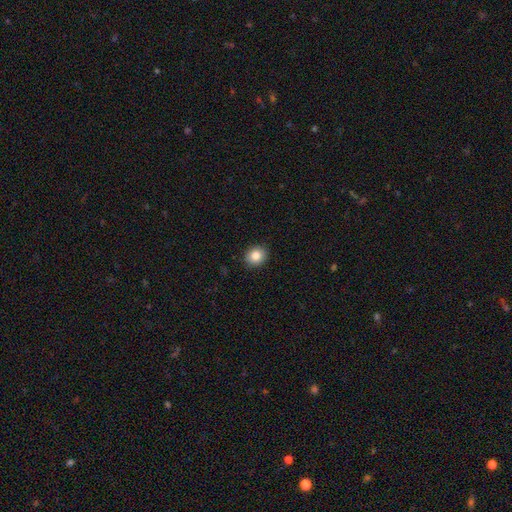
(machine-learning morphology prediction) smooth-or-featured: smooth: 86% | star or artifact: 9% | featured or disk: 5%
  how-rounded: round: 70% | in between: 29% | cigar-shaped: 1%
  merging: none: 90% | minor disturbance: 8% | major disturbance: 2% | merger: 1%